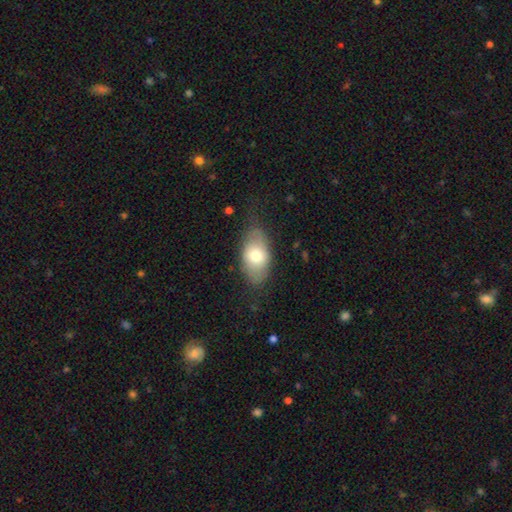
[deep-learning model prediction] A smooth galaxy with no disk features (72%) that is in between round and cigar-shaped (91%). Merging: none (67%).